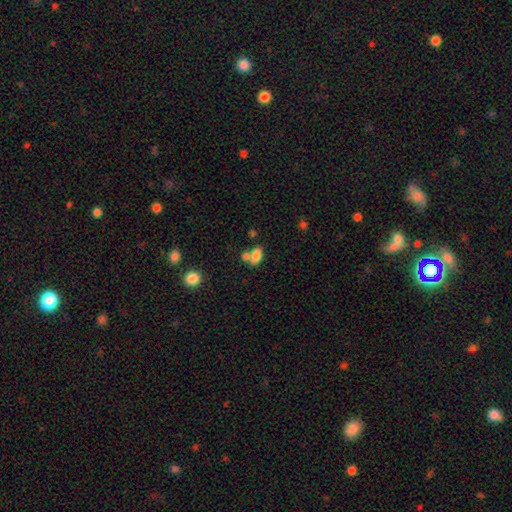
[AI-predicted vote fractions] Smooth or featured?
  - smooth: 81% *
  - featured or disk: 10%
  - star or artifact: 9%
How rounded?
  - in between: 88% *
  - round: 7%
  - cigar-shaped: 5%
Merging?
  - none: 42% * (tied)
  - merger: 42% * (tied)
  - minor disturbance: 11%
  - major disturbance: 5%